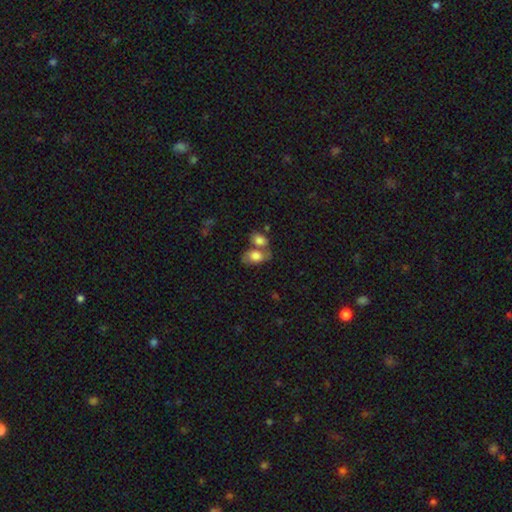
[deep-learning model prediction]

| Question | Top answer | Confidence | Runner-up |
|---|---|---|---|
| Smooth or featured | smooth | 70% | featured or disk (21%) |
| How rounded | in between | 82% | round (16%) |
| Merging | merger | 52% | none (29%) |